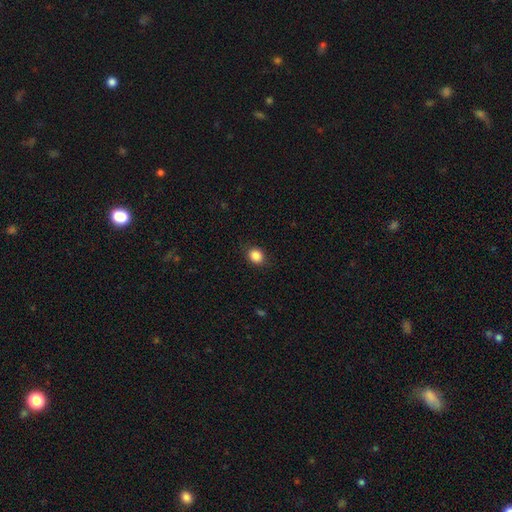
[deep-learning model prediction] Morphology: type=smooth (87%); roundness=round (65%); merging=none (86%).